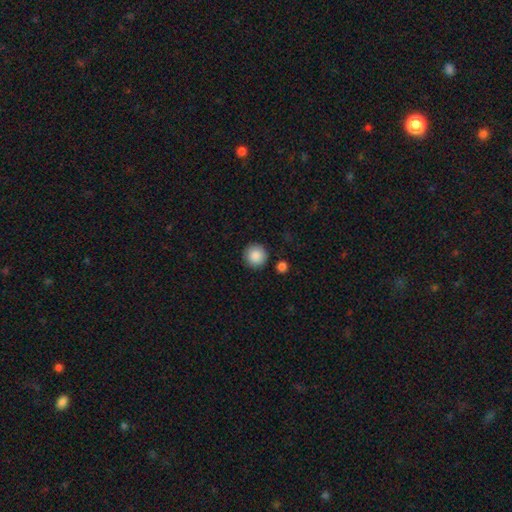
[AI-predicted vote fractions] Overall: smooth (88%). How rounded: round (95%). Merging: none (90%).